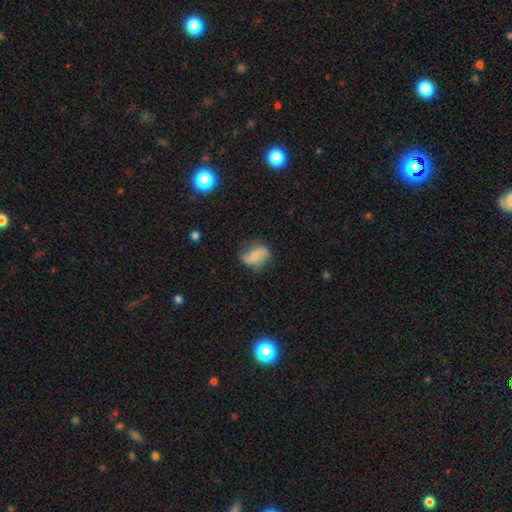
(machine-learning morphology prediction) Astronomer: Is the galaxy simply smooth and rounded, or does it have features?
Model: featured or disk — 62%.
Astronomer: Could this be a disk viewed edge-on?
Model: no — 96%.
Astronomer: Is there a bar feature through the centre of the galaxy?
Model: no — 42% (runner-up: weak, 38%).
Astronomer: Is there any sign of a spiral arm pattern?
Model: yes — 89%.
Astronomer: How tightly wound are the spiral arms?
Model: loose — 69%.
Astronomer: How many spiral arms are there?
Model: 2 — 88%.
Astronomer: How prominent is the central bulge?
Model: small — 54% (runner-up: moderate, 30%).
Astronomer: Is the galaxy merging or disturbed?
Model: none — 65%.